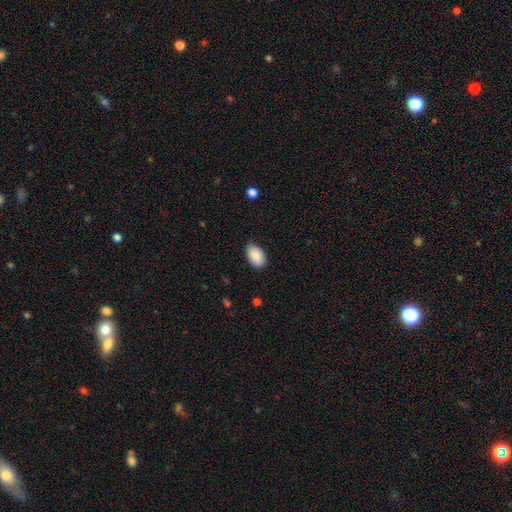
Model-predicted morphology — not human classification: type=smooth (89%); roundness=in between (93%); merging=none (81%).